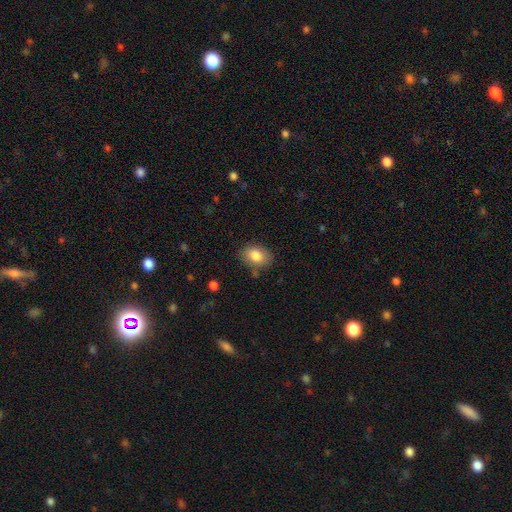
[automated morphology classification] Smooth or featured? smooth (83%)
How rounded? in between (75%)
Merging? none (81%)